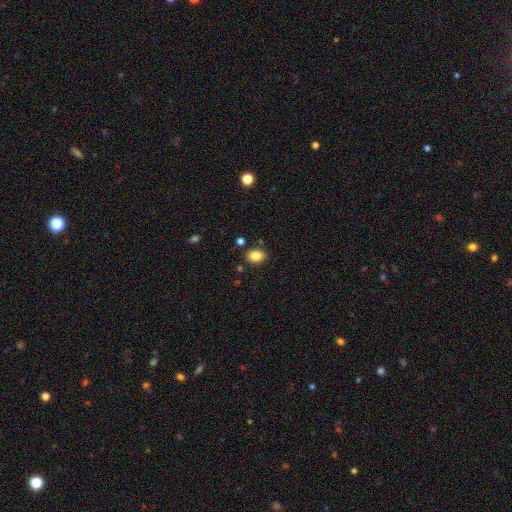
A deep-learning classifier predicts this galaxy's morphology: This is clearly a smooth galaxy (84%). How rounded: likely in between (69%). Merging: clearly none (84%).